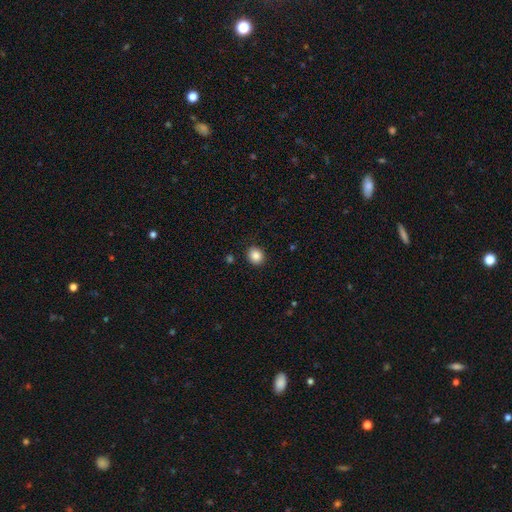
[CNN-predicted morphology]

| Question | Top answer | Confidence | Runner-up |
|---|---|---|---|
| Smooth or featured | smooth | 87% | star or artifact (10%) |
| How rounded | round | 73% | in between (26%) |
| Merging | none | 90% | minor disturbance (7%) |